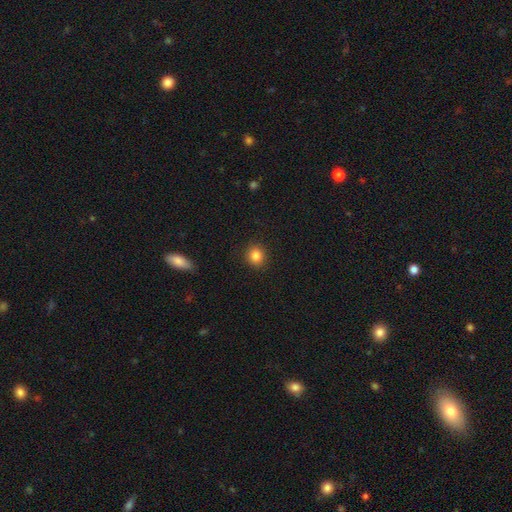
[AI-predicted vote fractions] Overall: smooth (84%). How rounded: round (85%). Merging: none (91%).